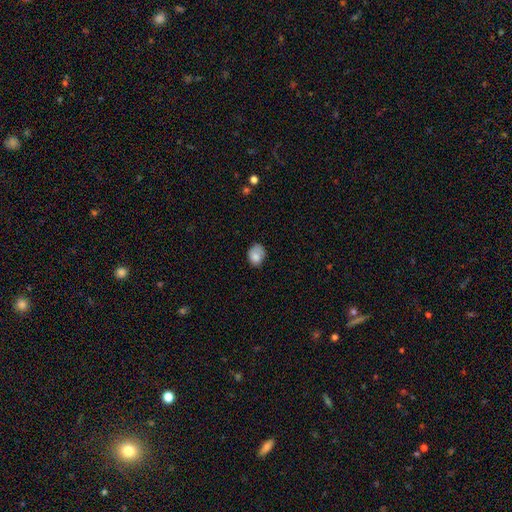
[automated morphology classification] Smooth or featured?
  - smooth: 80% *
  - featured or disk: 12%
  - star or artifact: 9%
How rounded?
  - in between: 61% *
  - round: 38%
  - cigar-shaped: 1%
Merging?
  - none: 51% *
  - minor disturbance: 33%
  - major disturbance: 12%
  - merger: 3%